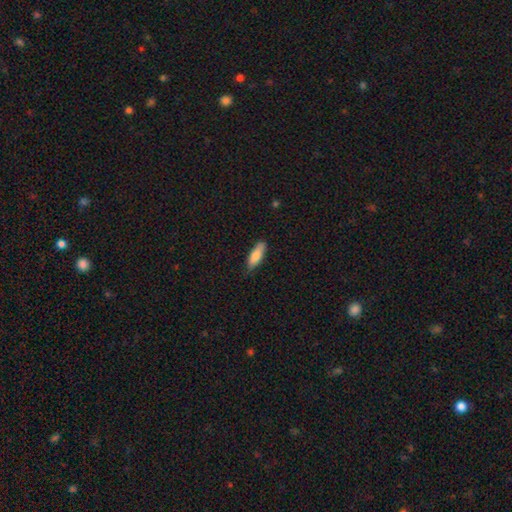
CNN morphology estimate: smooth_or_featured: smooth (p=0.81) [alt: featured or disk p=0.13]
how_rounded: in between (p=0.58) [alt: cigar-shaped p=0.40]
merging: none (p=0.78) [alt: minor disturbance p=0.18]